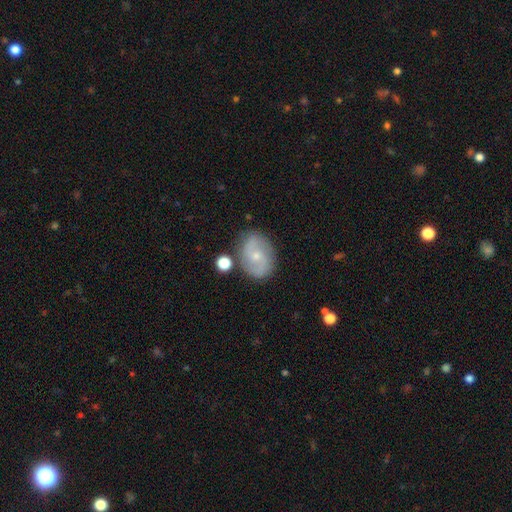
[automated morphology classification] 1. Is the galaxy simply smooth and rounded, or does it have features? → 67% featured or disk, 24% smooth, 8% star or artifact.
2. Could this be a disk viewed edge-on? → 97% no, 3% yes.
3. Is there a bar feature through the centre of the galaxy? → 64% no, 30% weak, 7% strong.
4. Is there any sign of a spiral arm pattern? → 85% yes, 15% no.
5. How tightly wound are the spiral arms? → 44% medium, 29% tight, 27% loose.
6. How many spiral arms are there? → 82% 2, 11% can't tell, 3% 3, 2% 1, 1% 4, 1% more than 4.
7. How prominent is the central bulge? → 70% small, 27% moderate, 2% none, 1% large, 1% dominant.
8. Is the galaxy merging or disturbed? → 80% none, 13% minor disturbance, 4% merger, 4% major disturbance.